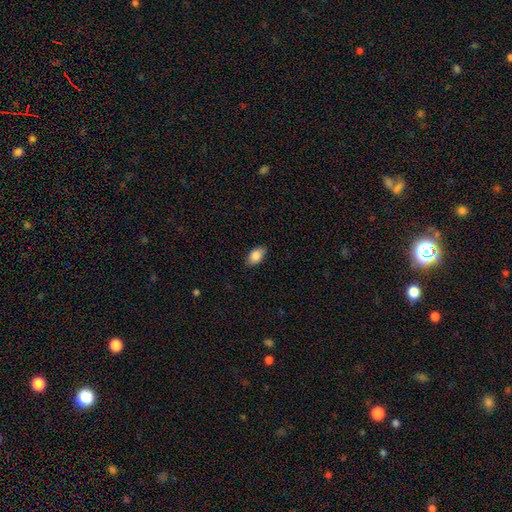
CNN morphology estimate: A smooth galaxy with no disk features (86%) that is in between round and cigar-shaped (92%).

Vote fractions:
- Smooth or featured? smooth: 86% / star or artifact: 7% / featured or disk: 7%
- How rounded? in between: 92% / round: 5% / cigar-shaped: 3%
- Merging? none: 84% / minor disturbance: 12% / major disturbance: 2% / merger: 1%